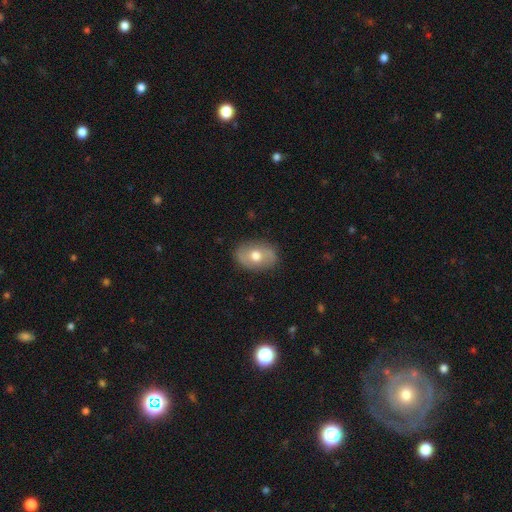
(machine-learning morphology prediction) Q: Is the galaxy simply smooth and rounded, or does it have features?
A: smooth — 54%.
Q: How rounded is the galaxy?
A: in between — 77%.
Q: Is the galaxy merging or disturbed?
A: none — 84%.